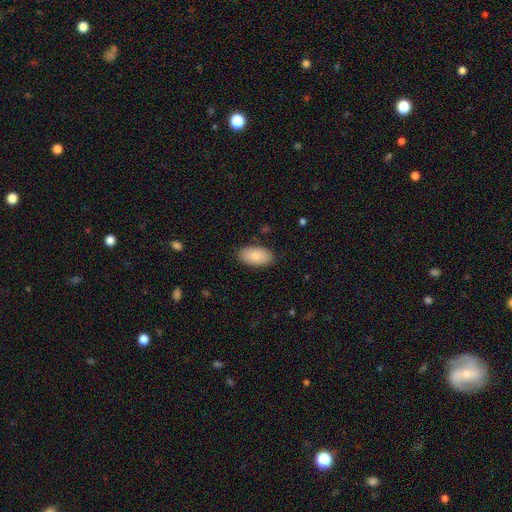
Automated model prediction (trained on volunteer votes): Smooth or featured? smooth (85%)
How rounded? in between (95%)
Merging? none (85%)